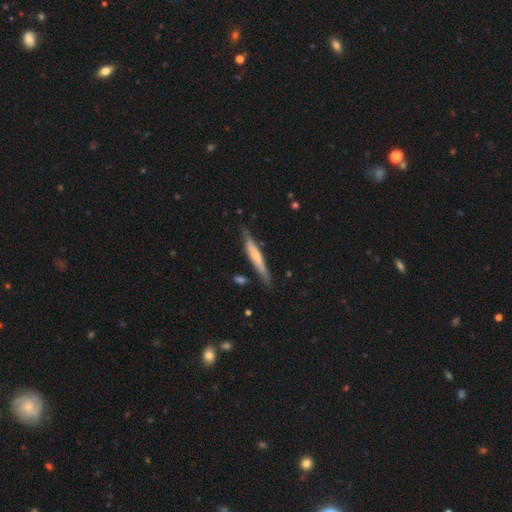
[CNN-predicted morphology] The model was most divided on "smooth or featured": smooth: 48%, featured or disk: 47%, star or artifact: 5%. More confident: merging — none (78%).